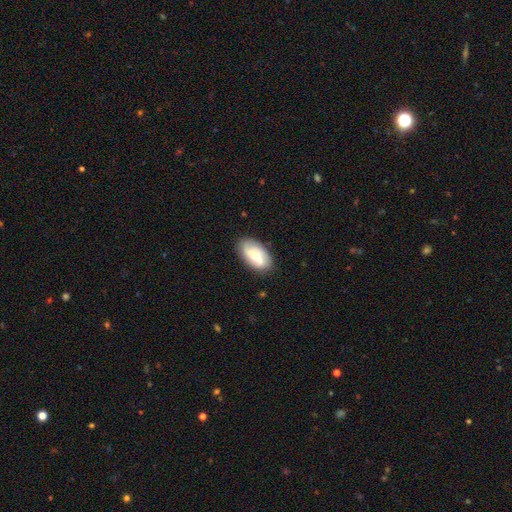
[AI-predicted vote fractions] Smooth or featured? Predicted: featured or disk (p=0.55). Edge-on disk? Predicted: no (p=0.94). Bar? Predicted: no (p=0.47). Spiral arms? Predicted: yes (p=0.86). Bulge size? Predicted: moderate (p=0.57). Merging? Predicted: none (p=0.82).